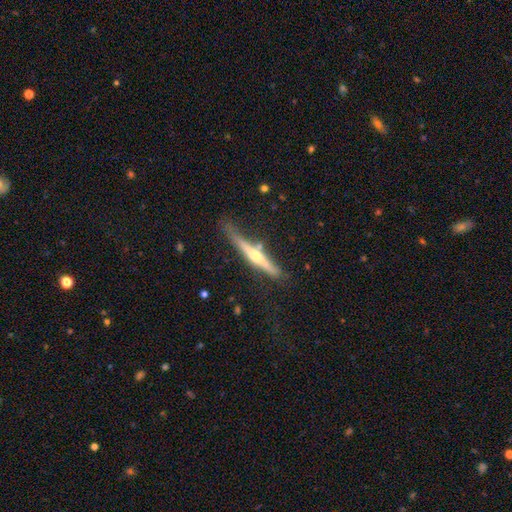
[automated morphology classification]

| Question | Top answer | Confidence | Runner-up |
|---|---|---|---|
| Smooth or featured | featured or disk | 67% | smooth (27%) |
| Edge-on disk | yes | 95% | no (5%) |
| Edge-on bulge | rounded | 86% | none (10%) |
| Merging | none | 63% | minor disturbance (23%) |